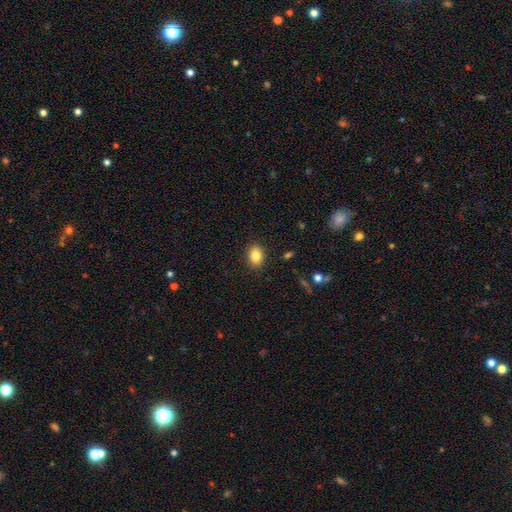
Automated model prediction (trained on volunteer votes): Overall: smooth (83%). How rounded: in between (71%). Merging: none (88%).